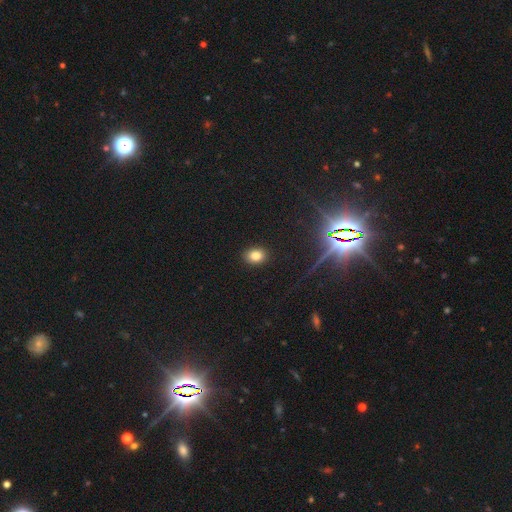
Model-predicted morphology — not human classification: Smooth or featured: smooth — 82% (star or artifact — 12%)
How rounded: in between — 63% (round — 36%)
Merging: none — 90% (minor disturbance — 7%)